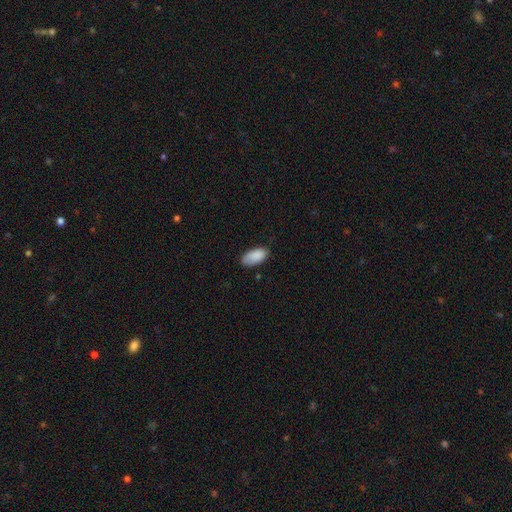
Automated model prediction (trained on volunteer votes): smooth-or-featured: smooth: 88% | star or artifact: 7% | featured or disk: 6%
  how-rounded: in between: 94% | cigar-shaped: 4% | round: 2%
  merging: none: 73% | minor disturbance: 22% | major disturbance: 4% | merger: 1%